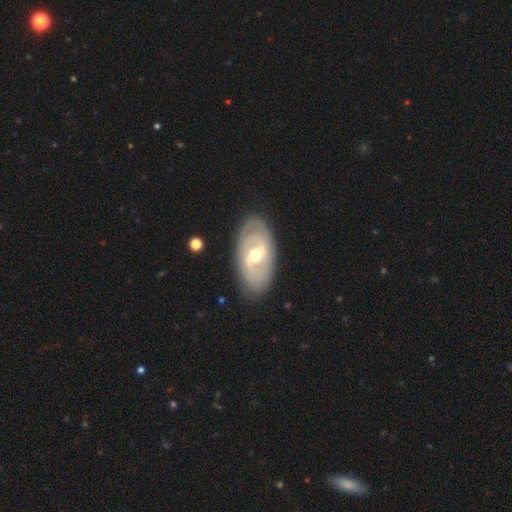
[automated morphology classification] The model was most divided on "bar": weak: 47%, strong: 38%, no: 16%. More confident: edge-on disk — no (92%); merging — none (83%); smooth or featured — featured or disk (76%); spiral arms — yes (71%); bulge size — moderate (70%).